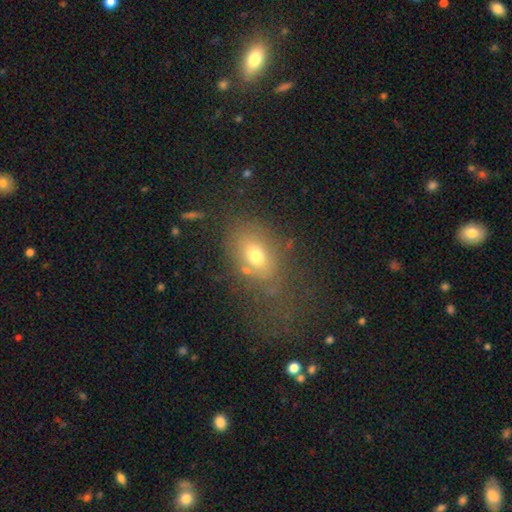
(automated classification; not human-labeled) A smooth galaxy with no disk features (67%) that is in between round and cigar-shaped (76%). Merging: none (55%).